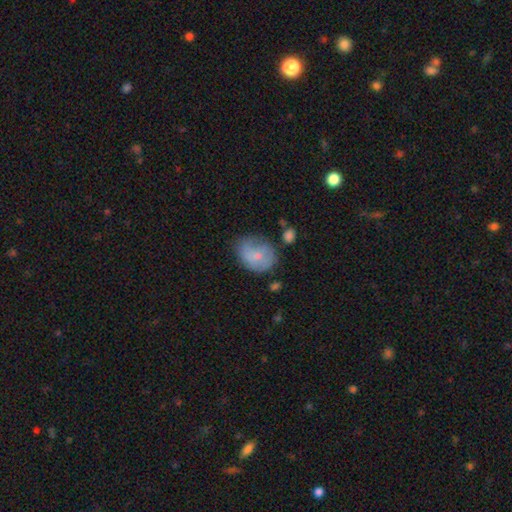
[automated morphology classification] This is likely a smooth galaxy (67%). How rounded: possibly in between (53%). Merging: possibly none (45%).